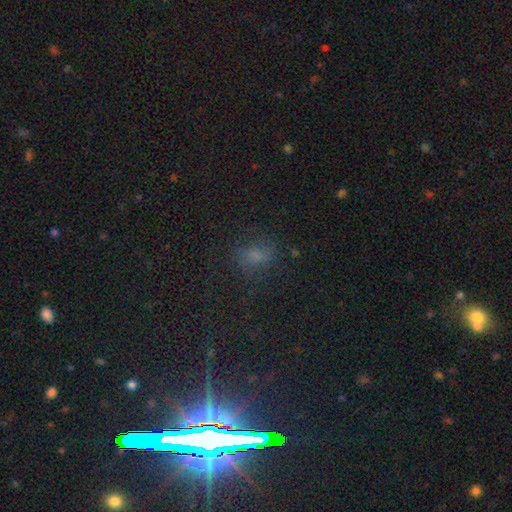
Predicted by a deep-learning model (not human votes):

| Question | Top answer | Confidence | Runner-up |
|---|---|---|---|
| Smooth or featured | smooth | 54% | star or artifact (32%) |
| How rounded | in between | 67% | round (30%) |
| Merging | none | 69% | minor disturbance (19%) |